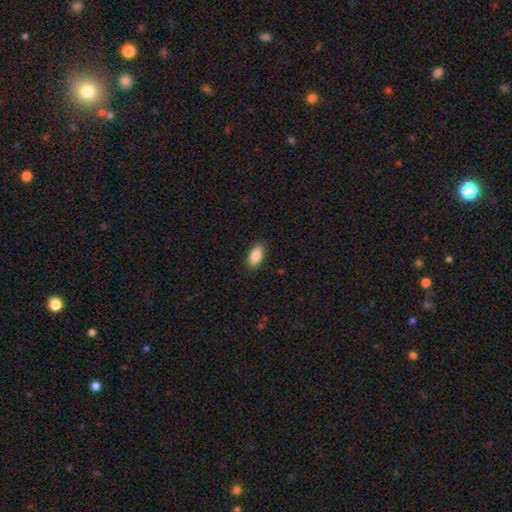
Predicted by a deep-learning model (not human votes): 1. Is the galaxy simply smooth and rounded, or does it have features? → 85% smooth, 8% featured or disk, 7% star or artifact.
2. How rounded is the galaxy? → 88% in between, 8% cigar-shaped, 3% round.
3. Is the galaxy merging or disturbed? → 88% none, 9% minor disturbance, 2% major disturbance, 1% merger.